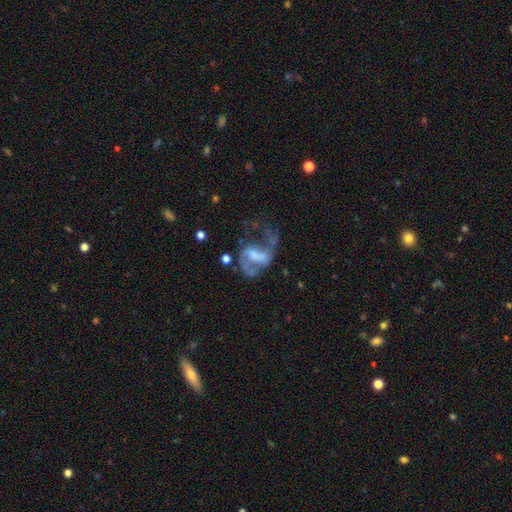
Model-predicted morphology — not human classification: featured or disk 77%, smooth 14%, star or artifact 9%. Down the decision tree: edge-on disk — no (97%); bar — weak (42%); spiral arms — yes (81%); spiral arm count — 2 (74%); spiral winding — loose (60%); bulge size — none (38%); merging — major disturbance (45%).